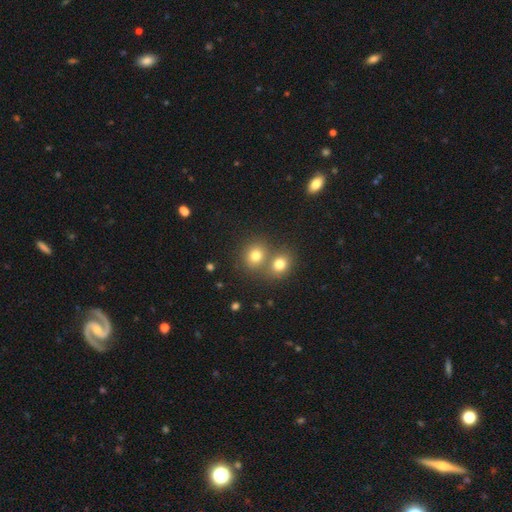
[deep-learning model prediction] This appears to be a smooth galaxy with no disk features (77%) that is round (78%). Merging: none (48%).